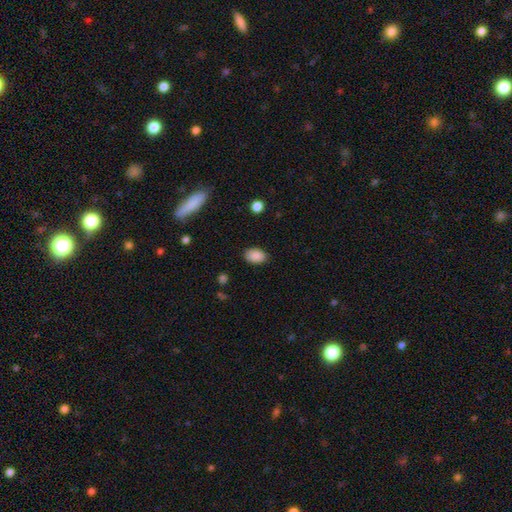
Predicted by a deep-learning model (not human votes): Smooth or featured? smooth (89%)
How rounded? in between (86%)
Merging? none (86%)